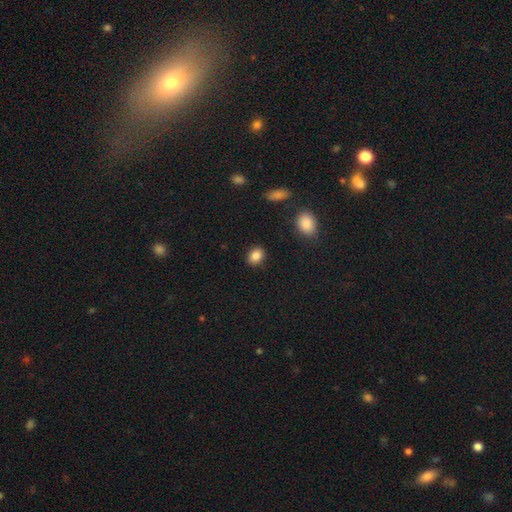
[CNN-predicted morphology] This is clearly a smooth galaxy (86%). How rounded: possibly in between (58%). Merging: clearly none (88%).